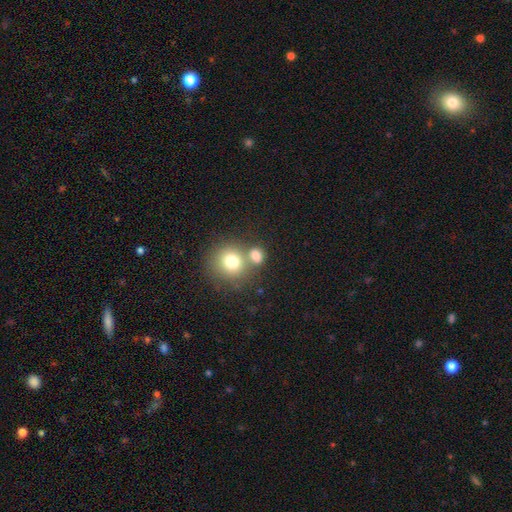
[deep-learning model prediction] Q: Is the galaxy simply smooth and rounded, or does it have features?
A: smooth — 79%.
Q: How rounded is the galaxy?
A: round — 66%.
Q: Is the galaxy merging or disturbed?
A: none — 45%.